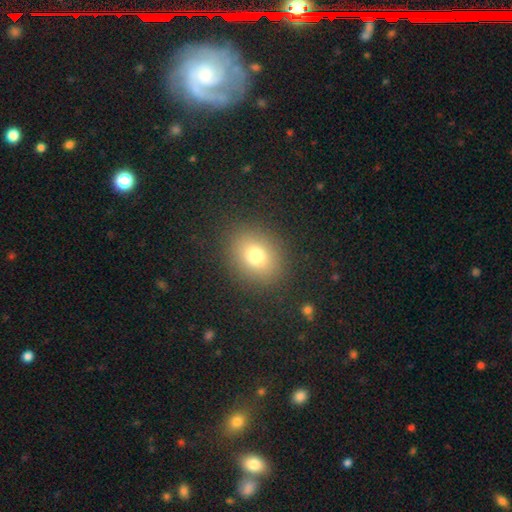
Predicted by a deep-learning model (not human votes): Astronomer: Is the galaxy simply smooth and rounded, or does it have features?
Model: smooth — 75%.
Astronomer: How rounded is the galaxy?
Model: round — 60% (runner-up: in between, 39%).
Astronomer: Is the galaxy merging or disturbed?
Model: none — 87%.